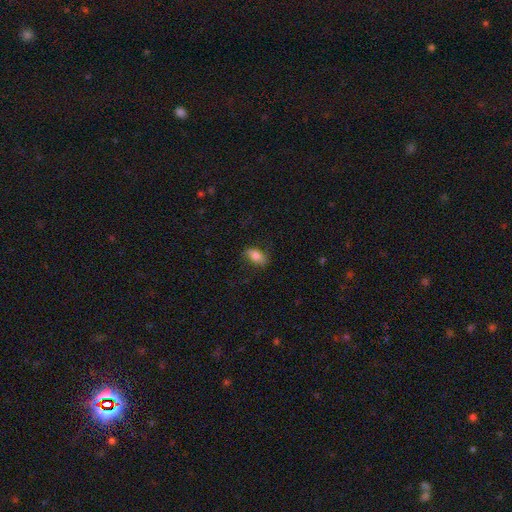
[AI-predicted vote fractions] Overall: smooth (77%). How rounded: in between (86%). Merging: none (78%).